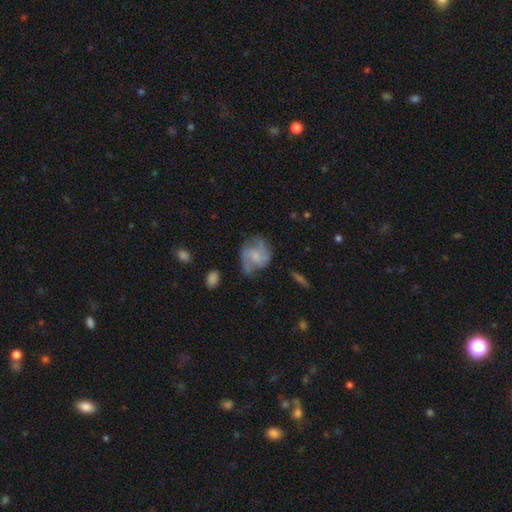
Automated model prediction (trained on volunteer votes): Overall: featured or disk (56%; smooth 36%). Edge-on disk: no (97%). Bar: no (58%; weak 35%). Spiral arms: yes (78%). Bulge size: small (35%; none 31%). Merging: none (51%; minor disturbance 27%).